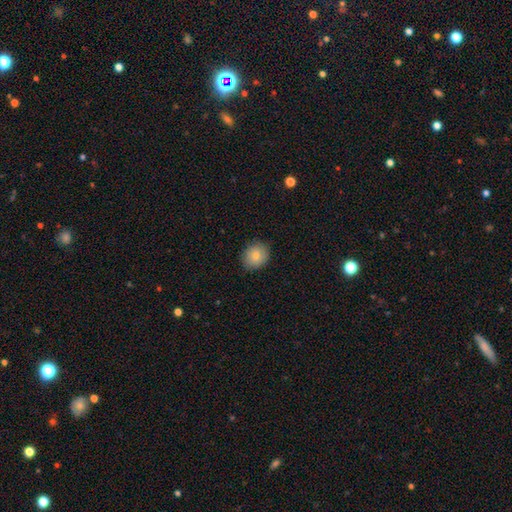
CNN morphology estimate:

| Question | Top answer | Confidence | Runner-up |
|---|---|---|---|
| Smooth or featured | smooth | 82% | featured or disk (9%) |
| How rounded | round | 68% | in between (31%) |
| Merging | none | 86% | minor disturbance (11%) |